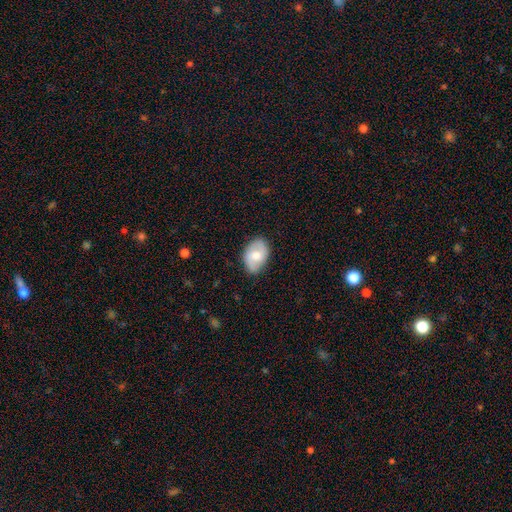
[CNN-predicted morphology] Q: Smooth or featured?
A: smooth (58%); runner-up: featured or disk (36%)
Q: How rounded?
A: in between (86%); runner-up: round (13%)
Q: Merging?
A: none (80%); runner-up: minor disturbance (15%)